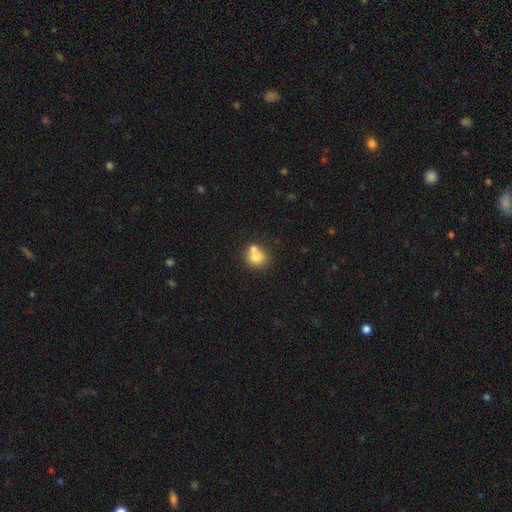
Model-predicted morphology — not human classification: A smooth galaxy with no disk features (74%) that is round (73%). Merging: merger (44%).